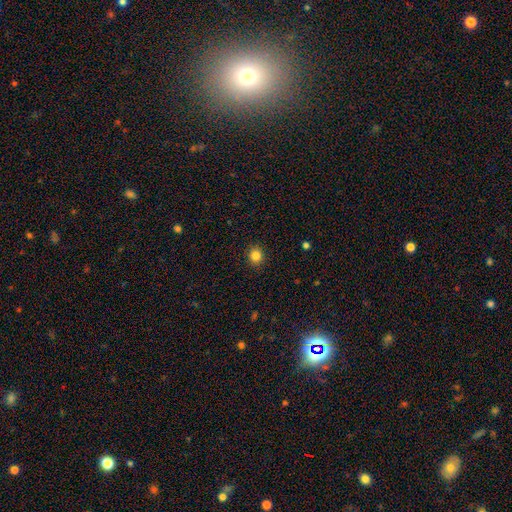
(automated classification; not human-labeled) Smooth or featured? Predicted: smooth (p=0.84). How rounded? Predicted: round (p=0.85). Merging? Predicted: none (p=0.91).